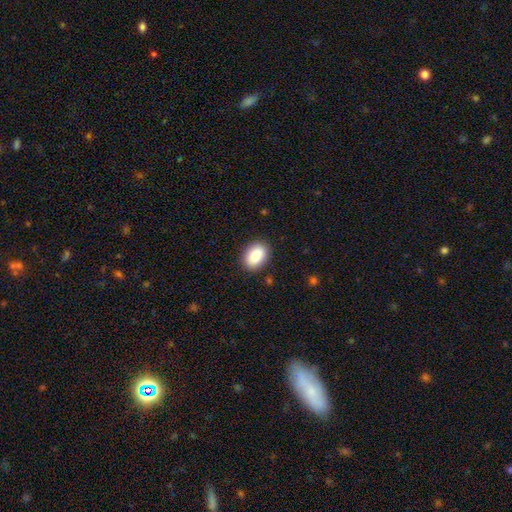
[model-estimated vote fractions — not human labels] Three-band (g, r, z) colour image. It shows a smooth galaxy with no disk features (89%) that is in between round and cigar-shaped (81%). Merging: none (88%).